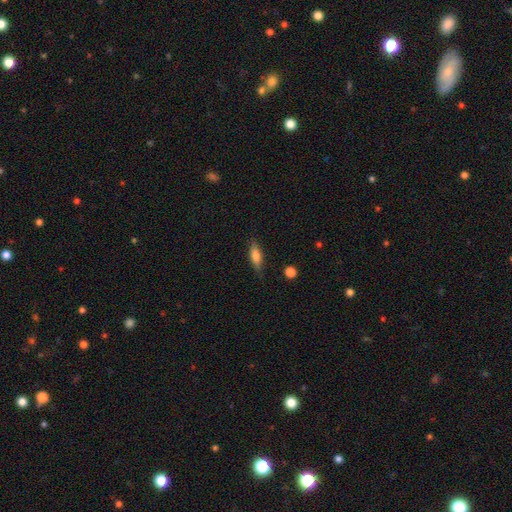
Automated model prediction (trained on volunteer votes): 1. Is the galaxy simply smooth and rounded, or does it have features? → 71% smooth, 22% featured or disk, 7% star or artifact.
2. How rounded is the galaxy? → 49% in between, 48% cigar-shaped, 3% round.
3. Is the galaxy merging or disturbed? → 80% none, 15% minor disturbance, 3% major disturbance, 2% merger.